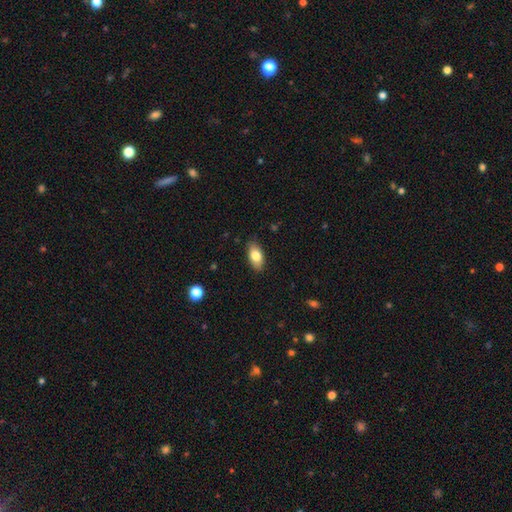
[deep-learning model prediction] A smooth galaxy with no disk features (81%) that is in between round and cigar-shaped (91%).

Vote fractions:
- Smooth or featured? smooth: 81% / featured or disk: 12% / star or artifact: 7%
- How rounded? in between: 91% / cigar-shaped: 5% / round: 4%
- Merging? none: 86% / minor disturbance: 11% / major disturbance: 2% / merger: 1%